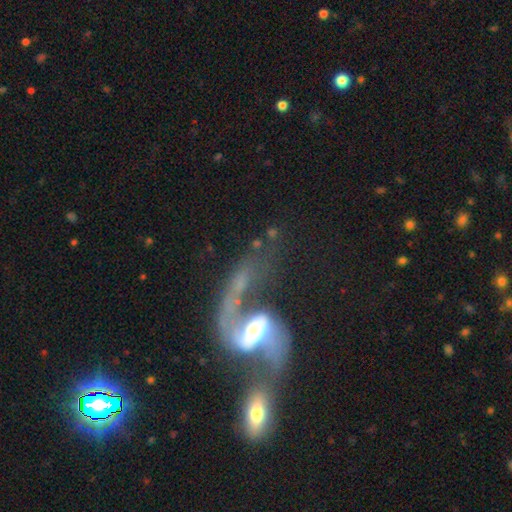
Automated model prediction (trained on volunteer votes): smooth-or-featured: featured or disk: 84% | smooth: 8% | star or artifact: 8%
  disk-edge-on: no: 94% | yes: 6%
    bar: weak: 42% | strong: 33% | no: 25%
    has-spiral-arms: yes: 91% | no: 9%
      spiral-winding: loose: 70% | medium: 24% | tight: 7%
      spiral-arm-count: 2: 83% | 1: 10% | can't tell: 4% | 3: 1% | 4: 1% | more than 4: 1%
    bulge-size: moderate: 48% | small: 34% | large: 10% | none: 6% | dominant: 2%
  merging: merger: 56% | none: 21% | major disturbance: 14% | minor disturbance: 9%